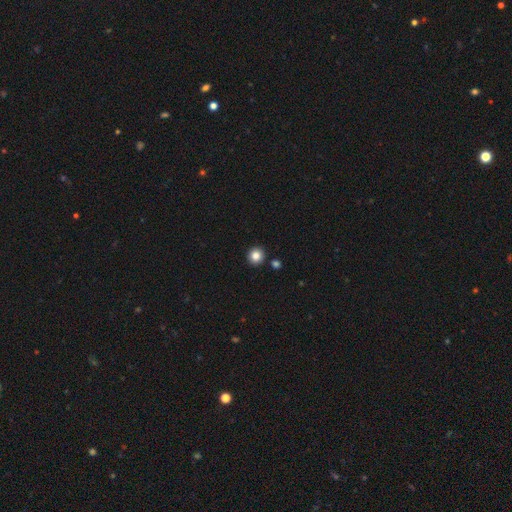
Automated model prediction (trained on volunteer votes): Q: Smooth or featured?
A: smooth (85%); runner-up: star or artifact (11%)
Q: How rounded?
A: round (93%); runner-up: in between (6%)
Q: Merging?
A: none (89%); runner-up: minor disturbance (5%)